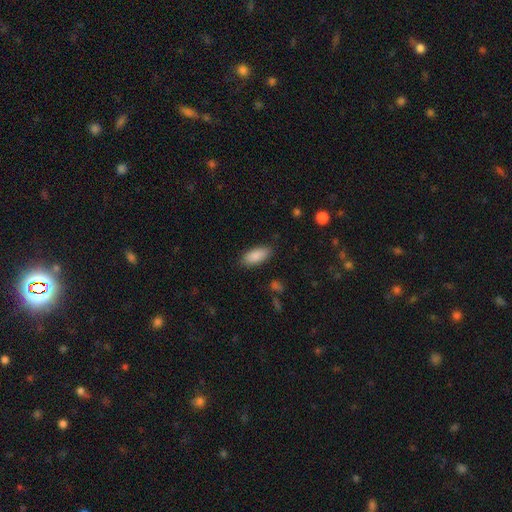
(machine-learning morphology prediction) Overall: smooth (89%). How rounded: in between (86%). Merging: none (86%).